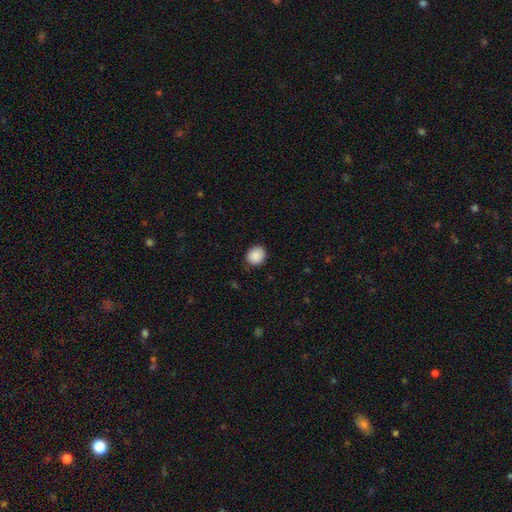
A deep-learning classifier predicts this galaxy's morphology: The model was most divided on "how rounded": round: 73%, in between: 26%, cigar-shaped: 1%. More confident: smooth or featured — smooth (90%); merging — none (86%).